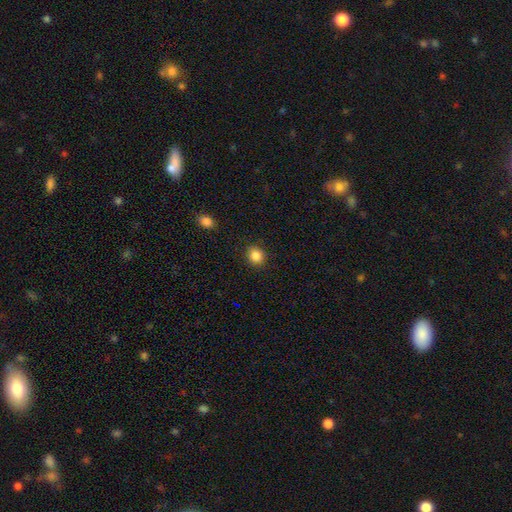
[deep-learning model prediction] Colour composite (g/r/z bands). It shows a smooth galaxy with no disk features (86%) that is round (78%). Merging: none (89%).